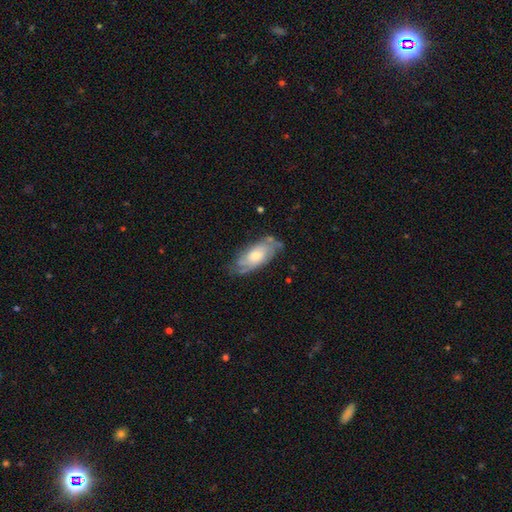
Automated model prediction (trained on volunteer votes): Smooth or featured? Predicted: featured or disk (p=0.64). Edge-on disk? Predicted: no (p=0.89). Bar? Predicted: no (p=0.75). Spiral arms? Predicted: yes (p=0.86). Bulge size? Predicted: moderate (p=0.55). Merging? Predicted: none (p=0.68).